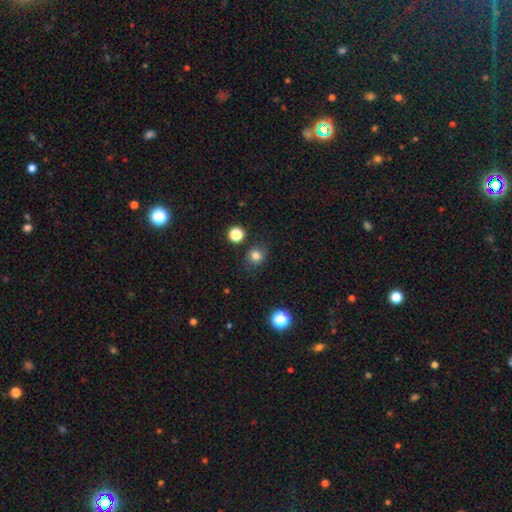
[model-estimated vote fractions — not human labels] Smooth or featured? smooth (80%)
How rounded? round (81%)
Merging? none (82%)